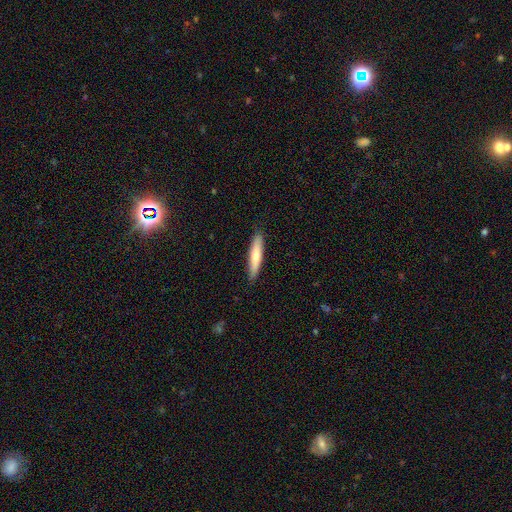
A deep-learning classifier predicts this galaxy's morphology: smooth-or-featured: smooth: 69% | featured or disk: 26% | star or artifact: 5%
  how-rounded: cigar-shaped: 87% | in between: 11% | round: 1%
  merging: none: 88% | minor disturbance: 9% | major disturbance: 2% | merger: 1%